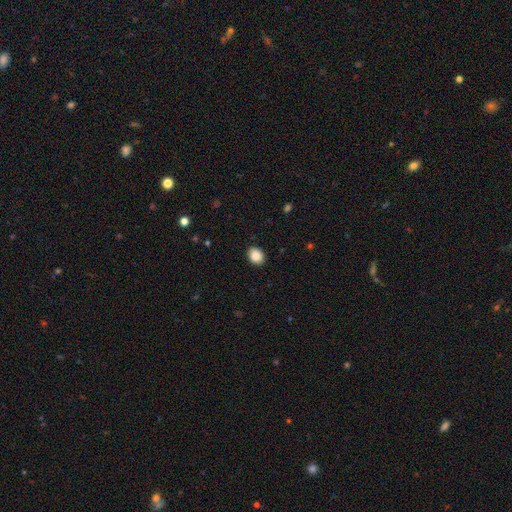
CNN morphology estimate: smooth 89%, star or artifact 8%, featured or disk 3%. Down the decision tree: how rounded — round (55%); merging — none (90%).